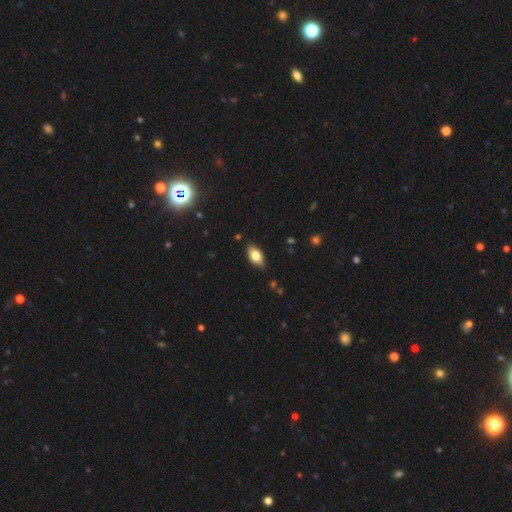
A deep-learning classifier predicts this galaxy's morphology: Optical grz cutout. It shows a smooth galaxy with no disk features (79%) that is in between round and cigar-shaped (92%). Merging: none (82%).